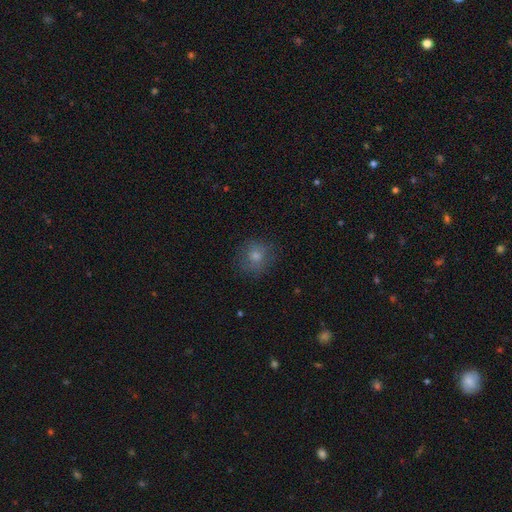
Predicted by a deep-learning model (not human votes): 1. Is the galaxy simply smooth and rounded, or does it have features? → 66% smooth, 19% star or artifact, 15% featured or disk.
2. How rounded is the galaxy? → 87% round, 12% in between, 1% cigar-shaped.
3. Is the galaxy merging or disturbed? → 82% none, 12% minor disturbance, 4% major disturbance, 1% merger.